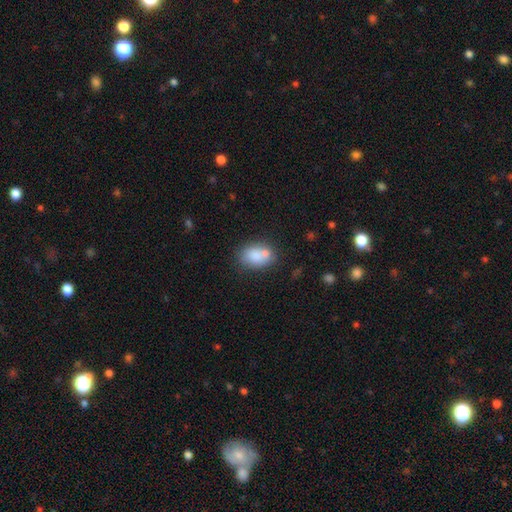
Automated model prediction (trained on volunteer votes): The model was most divided on "merging": none: 52%, merger: 27%, minor disturbance: 16%, major disturbance: 5%. More confident: smooth or featured — smooth (79%); how rounded — in between (76%).